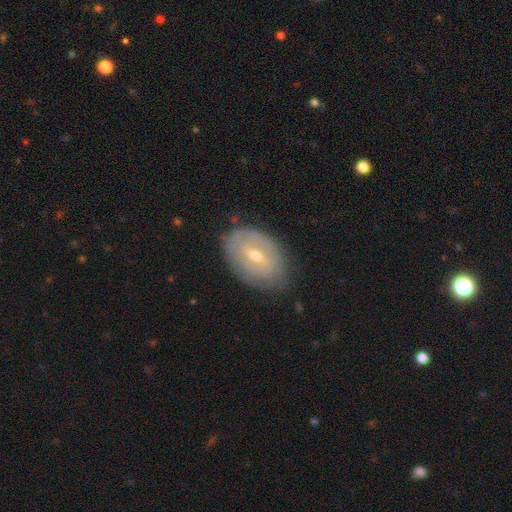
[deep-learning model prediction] Smooth or featured? featured or disk (65%)
Edge-on disk? no (93%)
Bar? weak (54%)
Spiral arms? yes (54%)
Bulge size? moderate (53%)
Merging? none (76%)